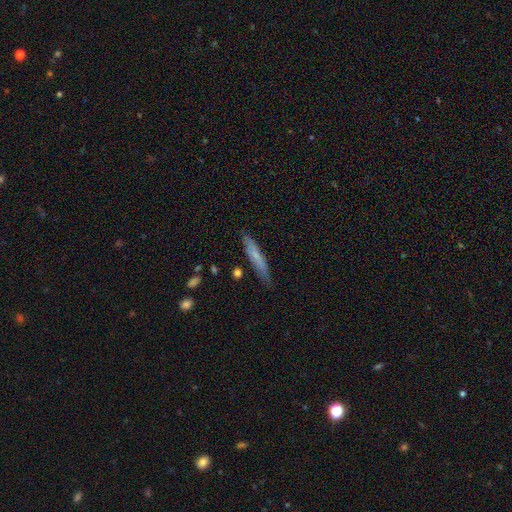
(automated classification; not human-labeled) The model was most divided on "smooth or featured": smooth: 61%, featured or disk: 33%, star or artifact: 6%. More confident: how rounded — cigar-shaped (91%); merging — none (83%).